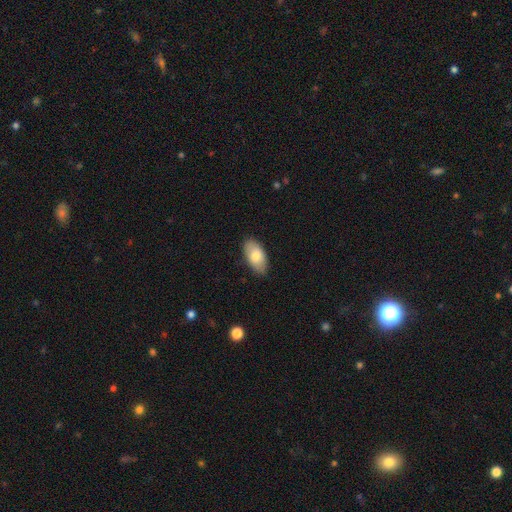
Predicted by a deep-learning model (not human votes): Smooth or featured? Predicted: smooth (p=0.76). How rounded? Predicted: in between (p=0.94). Merging? Predicted: none (p=0.84).